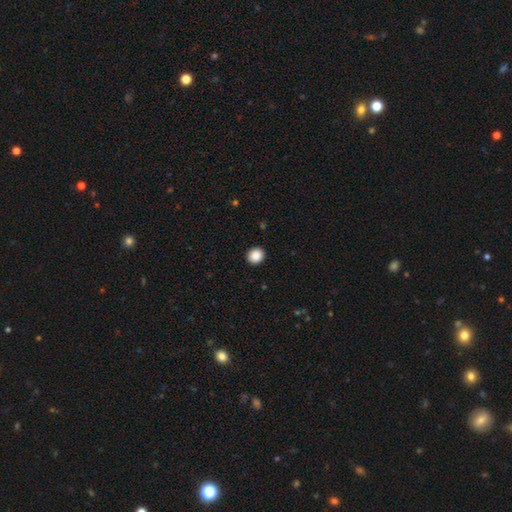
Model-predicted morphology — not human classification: Smooth or featured? smooth (89%)
How rounded? round (83%)
Merging? none (92%)